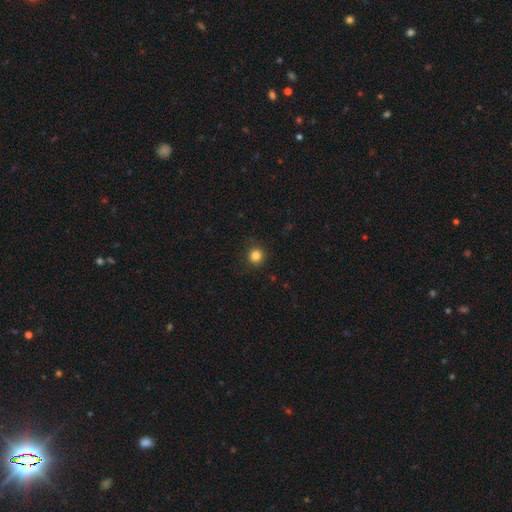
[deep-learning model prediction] This appears to be a smooth galaxy with no disk features (84%) that is round (93%). Merging: none (89%).